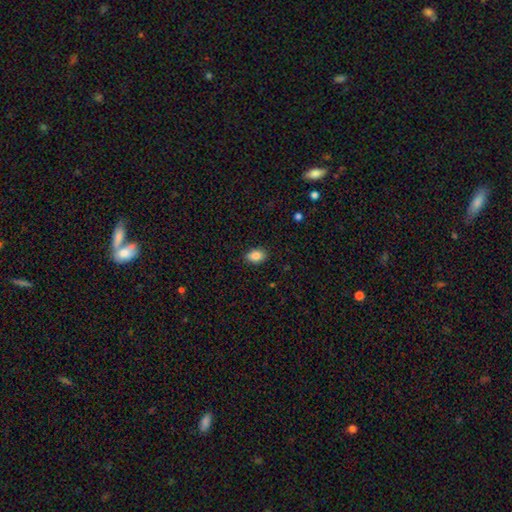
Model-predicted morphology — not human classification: smooth-or-featured: smooth: 86% | star or artifact: 8% | featured or disk: 5%
  how-rounded: in between: 84% | round: 15% | cigar-shaped: 1%
  merging: none: 86% | minor disturbance: 11% | major disturbance: 2% | merger: 1%